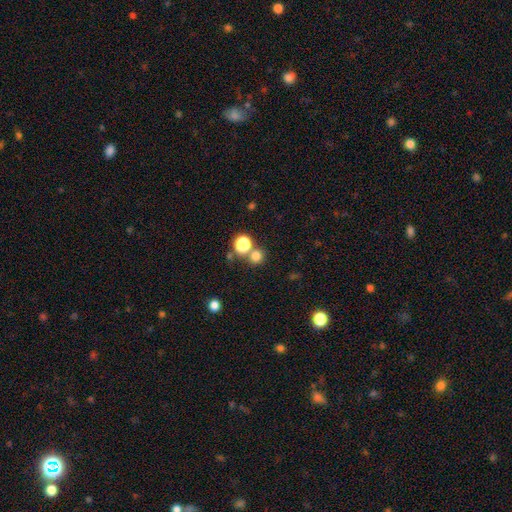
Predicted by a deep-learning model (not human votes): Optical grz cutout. It shows a smooth galaxy with no disk features (75%) that is round (88%). Merging: none (64%).